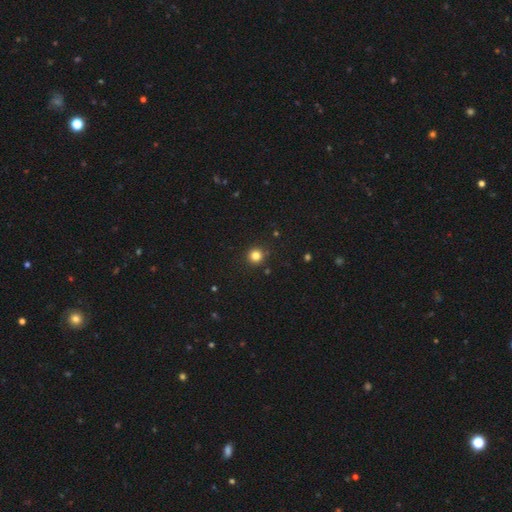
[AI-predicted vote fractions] The model was most divided on "smooth or featured": smooth: 82%, star or artifact: 14%, featured or disk: 4%. More confident: how rounded — round (95%); merging — none (92%).